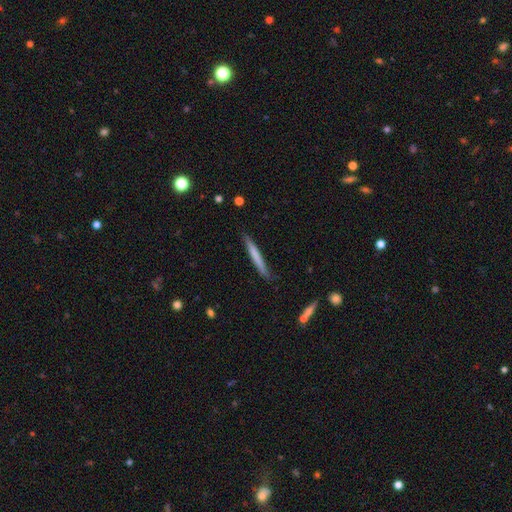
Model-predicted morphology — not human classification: Overall: smooth (63%; featured or disk 32%). How rounded: cigar-shaped (97%). Merging: none (86%).